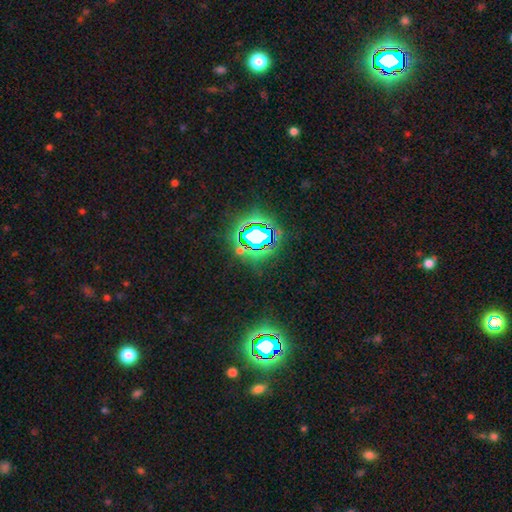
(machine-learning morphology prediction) This is clearly a star or artifact rather than a galaxy (83%).